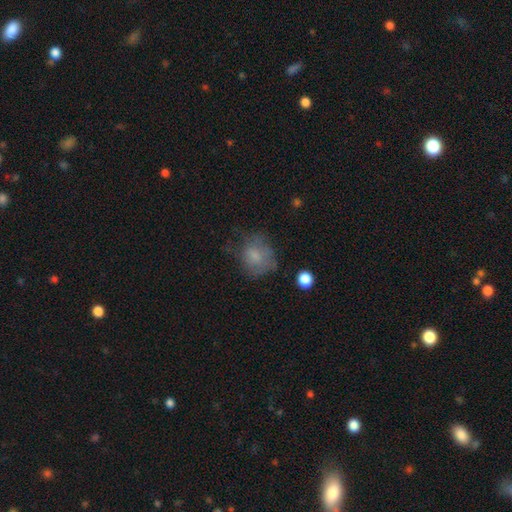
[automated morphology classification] type=smooth (69%); roundness=round (65%); merging=none (49%).